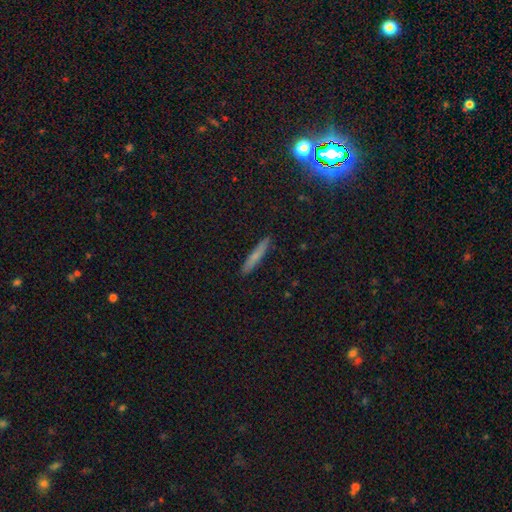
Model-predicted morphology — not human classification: This appears to be a smooth galaxy with no disk features (67%) that is cigar-shaped (94%). Merging: none (90%).